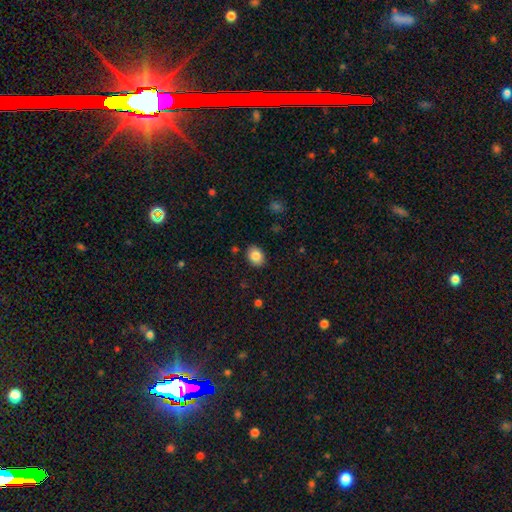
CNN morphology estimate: This appears to be a smooth galaxy with no disk features (85%) that is in between round and cigar-shaped (60%). Merging: none (88%).